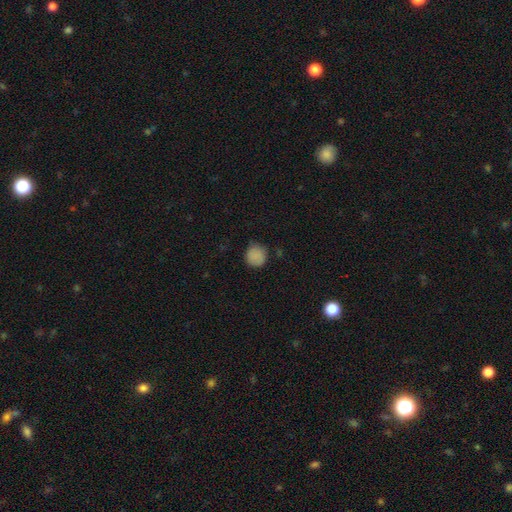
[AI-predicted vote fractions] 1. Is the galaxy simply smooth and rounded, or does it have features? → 85% smooth, 10% star or artifact, 5% featured or disk.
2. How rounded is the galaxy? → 91% round, 8% in between, 1% cigar-shaped.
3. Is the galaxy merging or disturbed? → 81% none, 15% minor disturbance, 3% major disturbance, 1% merger.